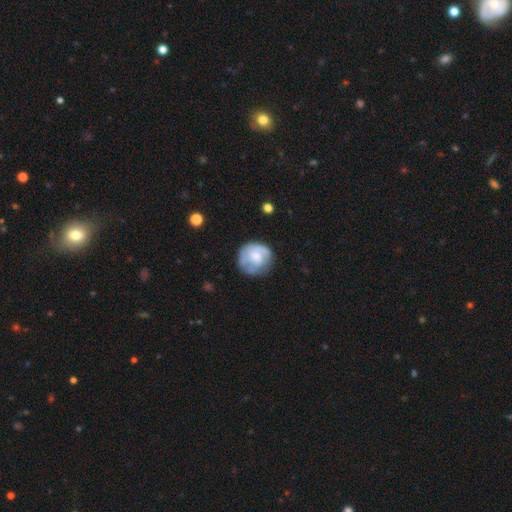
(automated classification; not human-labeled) A smooth galaxy with no disk features (49%). Merging: none (66%).